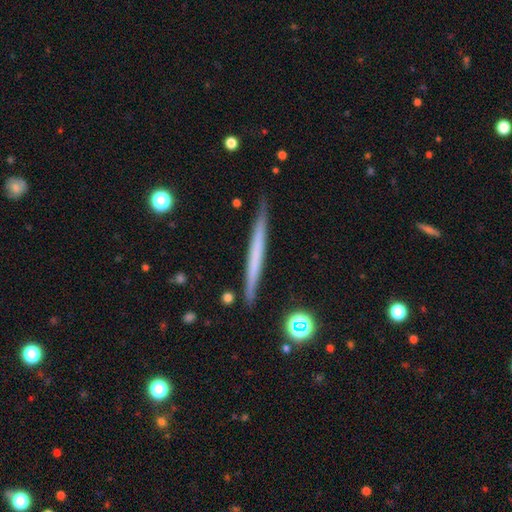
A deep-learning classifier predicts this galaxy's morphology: smooth_or_featured: featured or disk (p=0.48) [alt: smooth p=0.46]
merging: none (p=0.89) [alt: minor disturbance p=0.08]